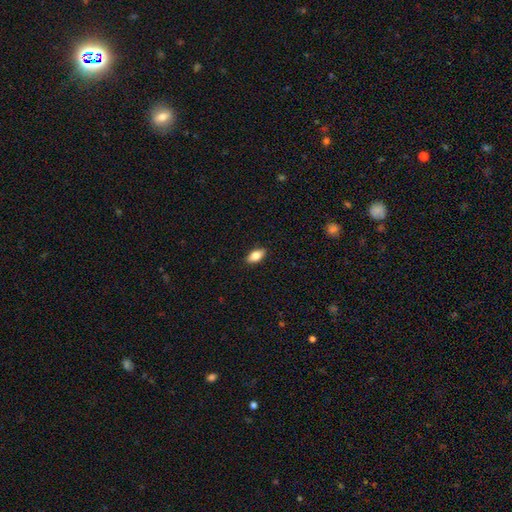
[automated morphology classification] Smooth or featured? Predicted: smooth (p=0.81). How rounded? Predicted: in between (p=0.89). Merging? Predicted: none (p=0.89).